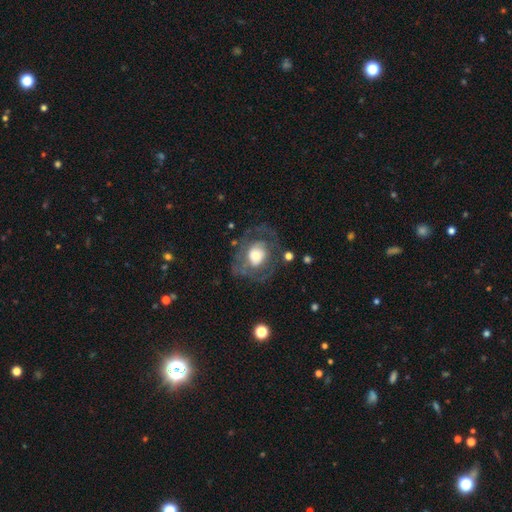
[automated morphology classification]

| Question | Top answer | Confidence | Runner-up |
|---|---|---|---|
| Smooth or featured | featured or disk | 57% | smooth (35%) |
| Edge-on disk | no | 96% | yes (4%) |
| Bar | no | 80% | weak (16%) |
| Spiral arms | yes | 50% | tied: no (50%) |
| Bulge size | large | 49% | moderate (30%) |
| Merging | none | 59% | major disturbance (21%) |